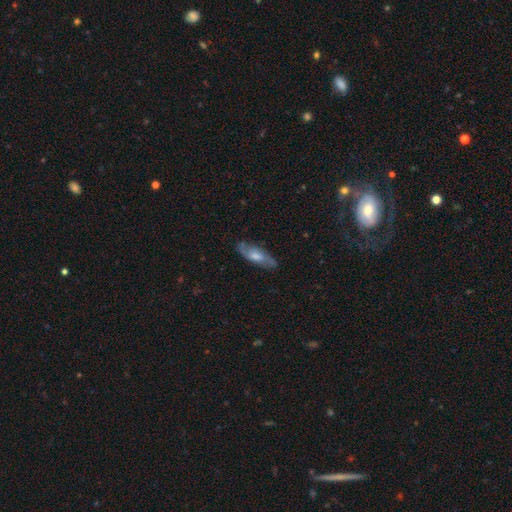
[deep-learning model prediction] Morphology: type=featured or disk (49%); merging=none (79%).